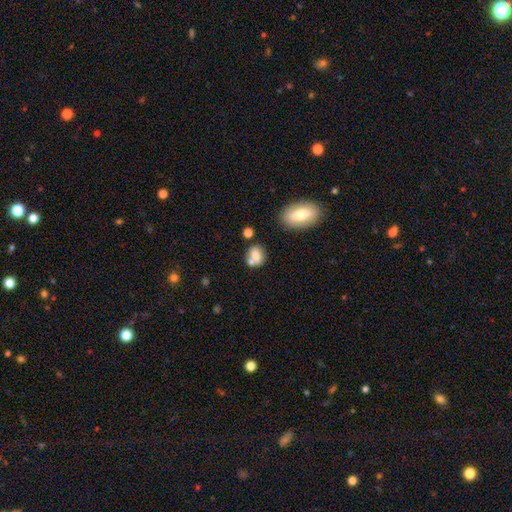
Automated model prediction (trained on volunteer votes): Q: Smooth or featured?
A: smooth (74%); runner-up: featured or disk (16%)
Q: How rounded?
A: in between (56%); runner-up: round (41%)
Q: Merging?
A: none (49%); runner-up: merger (30%)